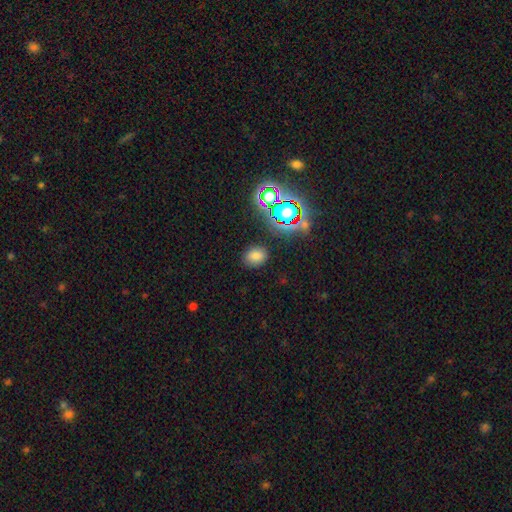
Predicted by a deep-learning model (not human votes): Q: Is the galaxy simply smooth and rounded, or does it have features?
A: smooth — 74%.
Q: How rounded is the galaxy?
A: in between — 54%.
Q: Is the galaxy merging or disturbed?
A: none — 85%.